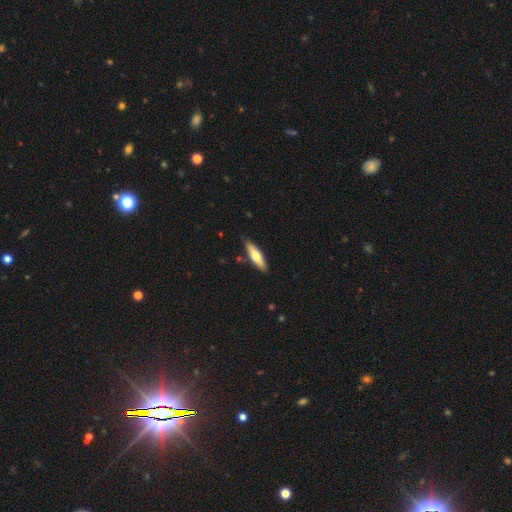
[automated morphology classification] Smooth or featured? Predicted: smooth (p=0.59). How rounded? Predicted: cigar-shaped (p=0.63). Merging? Predicted: none (p=0.86).